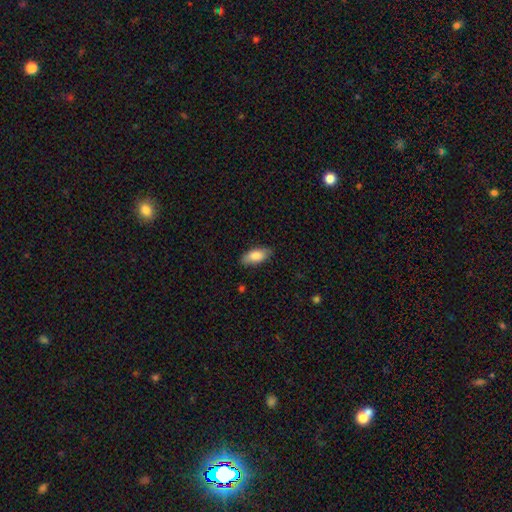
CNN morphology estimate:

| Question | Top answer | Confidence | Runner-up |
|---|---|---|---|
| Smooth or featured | smooth | 83% | featured or disk (11%) |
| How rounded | in between | 85% | cigar-shaped (12%) |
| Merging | none | 84% | minor disturbance (13%) |